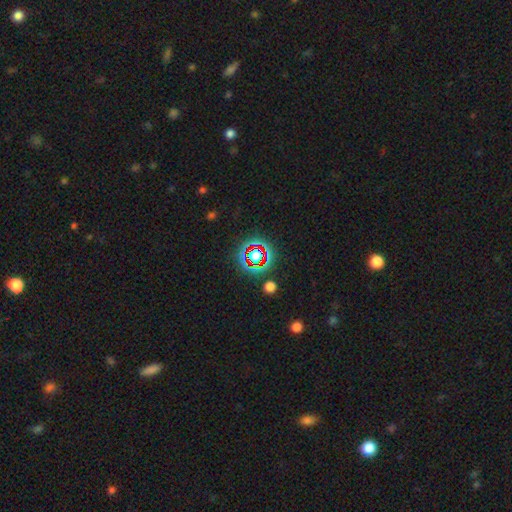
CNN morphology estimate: smooth_or_featured: star or artifact (p=0.70) [alt: smooth p=0.19]